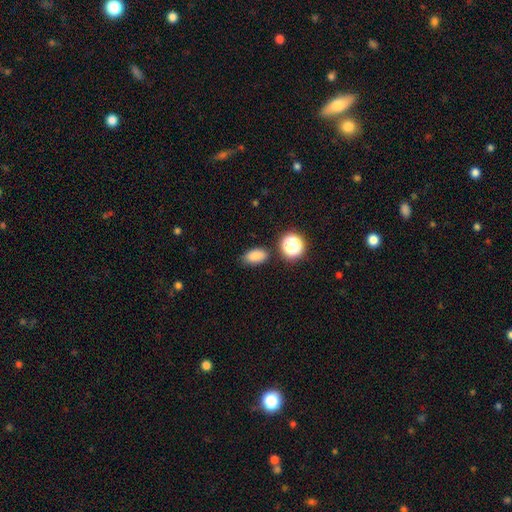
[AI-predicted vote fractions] Smooth or featured?
  - smooth: 82% *
  - star or artifact: 13%
  - featured or disk: 5%
How rounded?
  - in between: 85% *
  - round: 12%
  - cigar-shaped: 2%
Merging?
  - none: 81% *
  - minor disturbance: 12%
  - merger: 4%
  - major disturbance: 3%